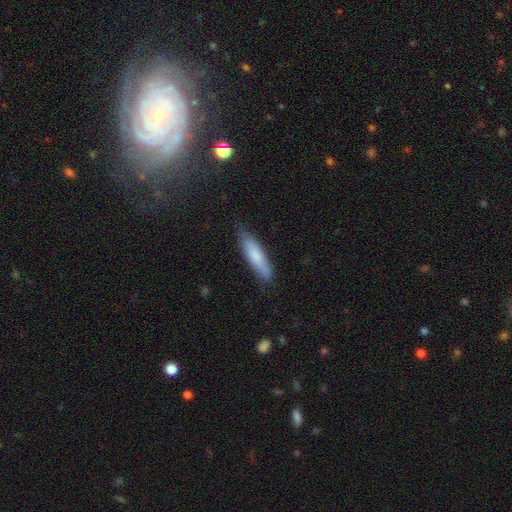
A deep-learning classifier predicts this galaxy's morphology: smooth-or-featured: smooth: 76% | featured or disk: 18% | star or artifact: 6%
  how-rounded: cigar-shaped: 77% | in between: 21% | round: 1%
  merging: none: 77% | minor disturbance: 18% | major disturbance: 3% | merger: 1%